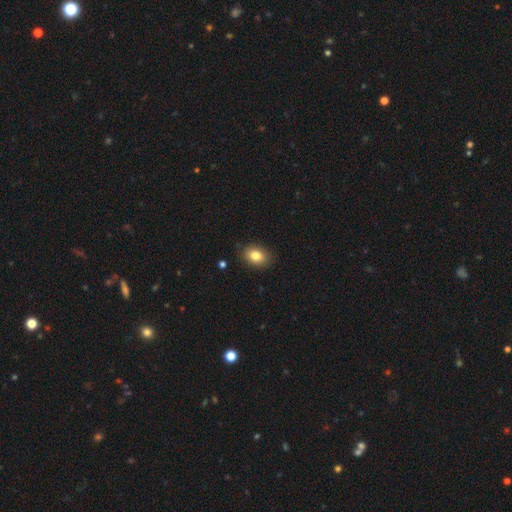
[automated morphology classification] Q: Smooth or featured?
A: smooth (83%); runner-up: star or artifact (9%)
Q: How rounded?
A: in between (74%); runner-up: round (25%)
Q: Merging?
A: none (87%); runner-up: minor disturbance (10%)